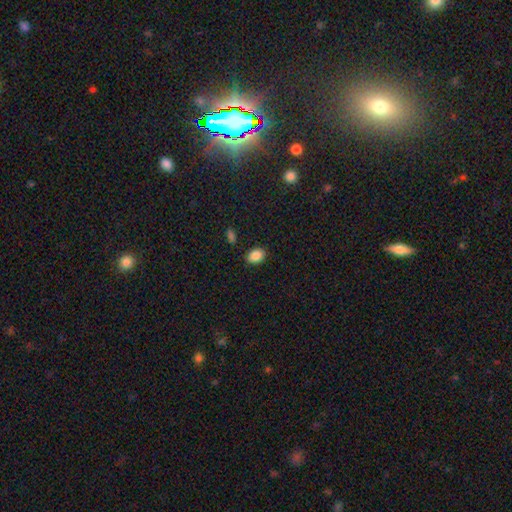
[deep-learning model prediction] smooth-or-featured: smooth: 87% | star or artifact: 9% | featured or disk: 4%
  how-rounded: in between: 73% | round: 26% | cigar-shaped: 1%
  merging: none: 87% | minor disturbance: 9% | major disturbance: 2% | merger: 2%